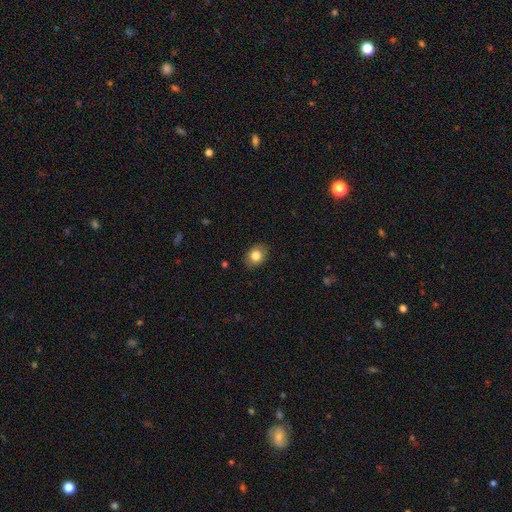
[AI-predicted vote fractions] Smooth or featured: smooth — 82% (featured or disk — 9%)
How rounded: in between — 60% (round — 39%)
Merging: none — 86% (minor disturbance — 11%)